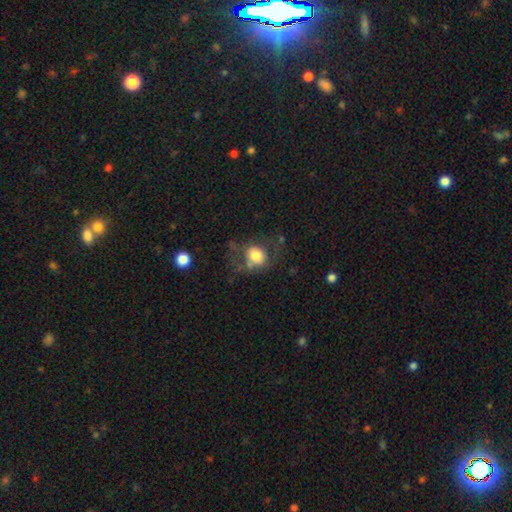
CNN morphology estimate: Overall: smooth (71%). How rounded: round (64%; in between 35%). Merging: none (43%; major disturbance 27%).